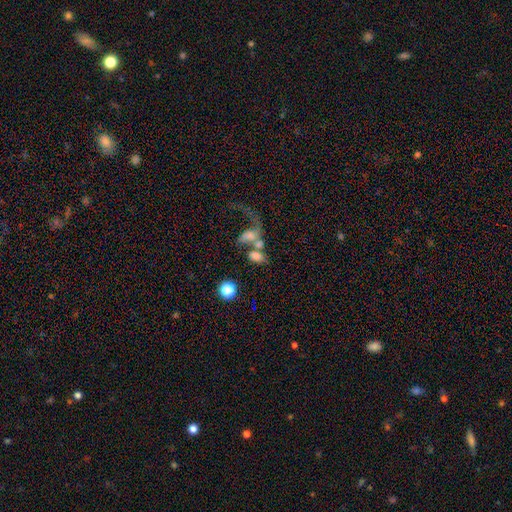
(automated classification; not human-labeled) Smooth or featured? Predicted: smooth (p=0.57). How rounded? Predicted: in between (p=0.78). Merging? Predicted: merger (p=0.58).